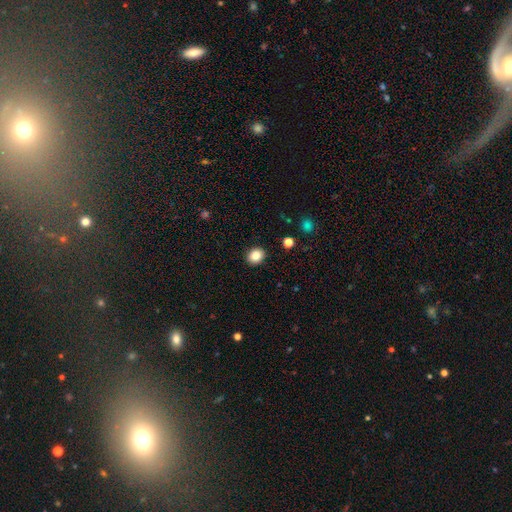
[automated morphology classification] A smooth galaxy with no disk features (85%) that is round (64%).

Vote fractions:
- Smooth or featured? smooth: 85% / star or artifact: 10% / featured or disk: 5%
- How rounded? round: 64% / in between: 35% / cigar-shaped: 1%
- Merging? none: 91% / minor disturbance: 6% / major disturbance: 2% / merger: 1%